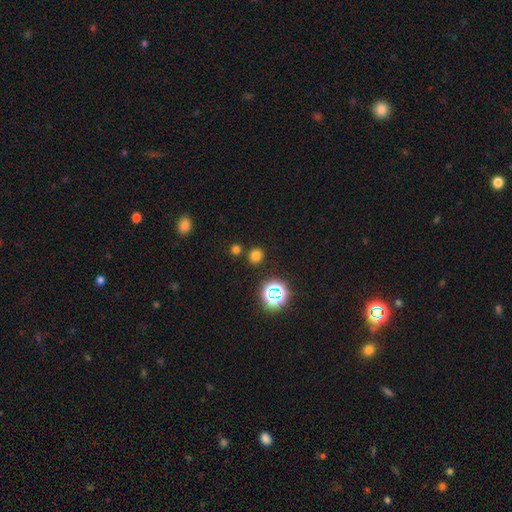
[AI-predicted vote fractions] Smooth or featured? smooth (71%)
How rounded? round (86%)
Merging? none (83%)